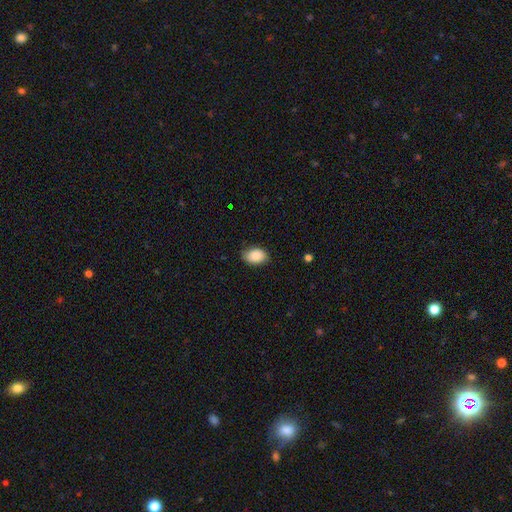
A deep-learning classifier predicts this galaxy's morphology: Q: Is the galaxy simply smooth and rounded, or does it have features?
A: smooth — 88%.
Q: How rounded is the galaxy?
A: in between — 85%.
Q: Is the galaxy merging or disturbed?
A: none — 80%.